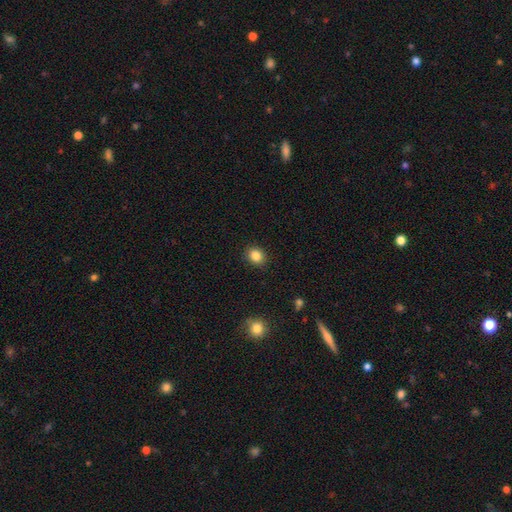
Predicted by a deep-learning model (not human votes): Smooth or featured?
  - smooth: 85% *
  - star or artifact: 11%
  - featured or disk: 5%
How rounded?
  - round: 67% *
  - in between: 32%
  - cigar-shaped: 1%
Merging?
  - none: 90% *
  - minor disturbance: 7%
  - major disturbance: 2%
  - merger: 1%